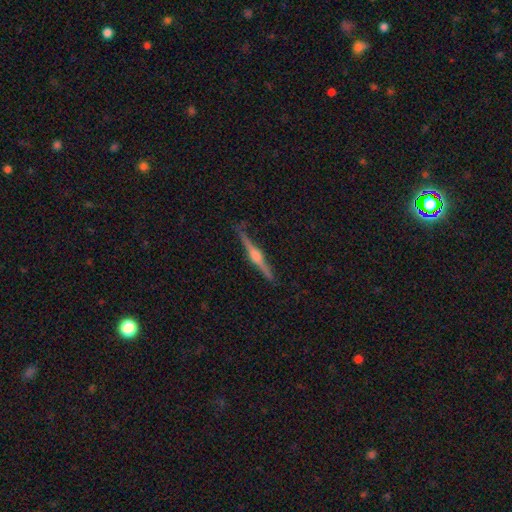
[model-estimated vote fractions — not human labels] This is clearly a featured or disk galaxy (82%). It is clearly viewed edge-on (98%). Edge-on bulge: clearly rounded (91%). Merging: clearly none (88%).